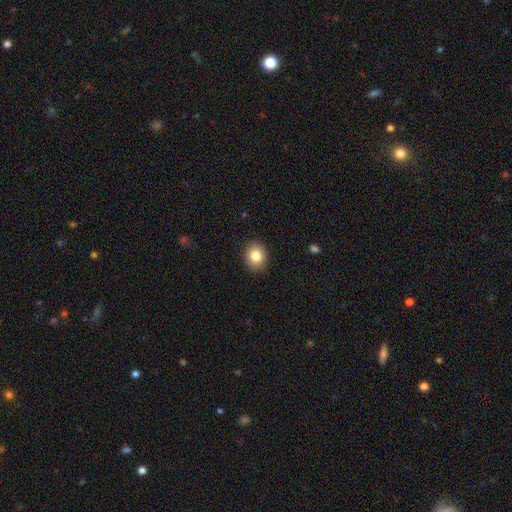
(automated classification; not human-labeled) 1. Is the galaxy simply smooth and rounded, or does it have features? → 84% smooth, 9% star or artifact, 7% featured or disk.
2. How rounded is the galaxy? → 60% round, 39% in between, 1% cigar-shaped.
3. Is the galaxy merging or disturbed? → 90% none, 7% minor disturbance, 2% major disturbance, 1% merger.